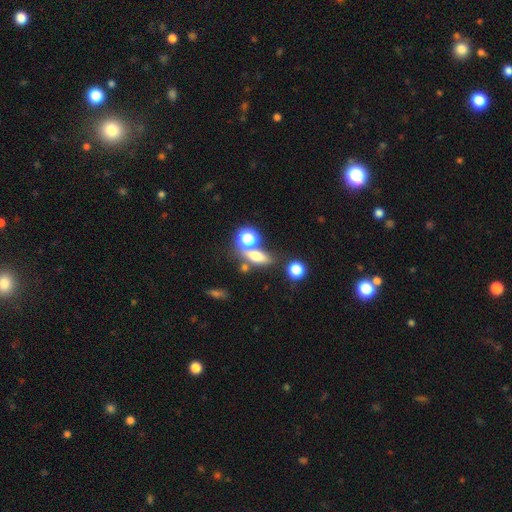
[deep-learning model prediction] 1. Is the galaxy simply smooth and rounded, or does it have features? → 61% smooth, 20% featured or disk, 19% star or artifact.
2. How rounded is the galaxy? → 55% in between, 24% round, 21% cigar-shaped.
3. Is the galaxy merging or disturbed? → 57% none, 25% merger, 12% minor disturbance, 6% major disturbance.